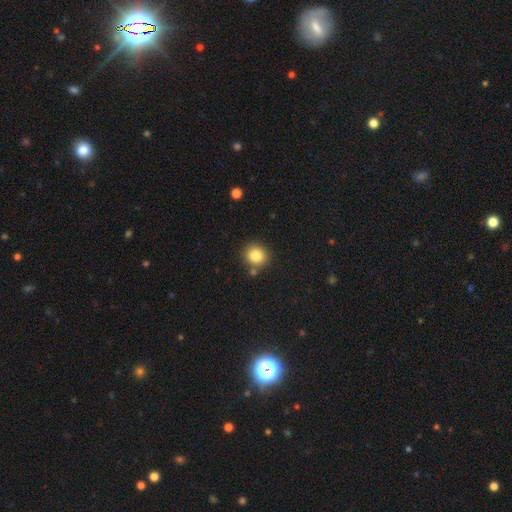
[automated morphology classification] This appears to be a smooth galaxy with no disk features (84%) that is round (88%). Merging: none (79%).